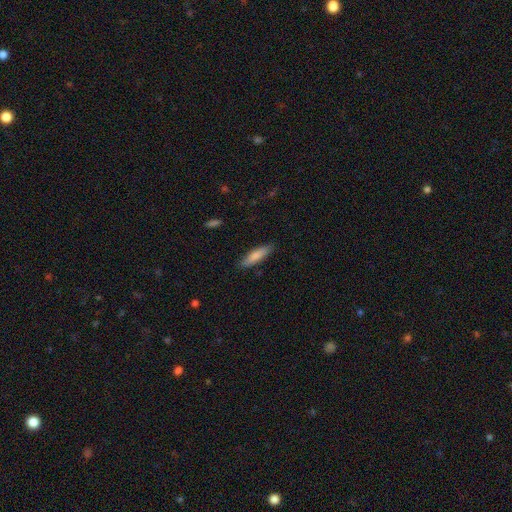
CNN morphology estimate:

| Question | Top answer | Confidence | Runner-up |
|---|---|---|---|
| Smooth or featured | smooth | 78% | featured or disk (16%) |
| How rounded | cigar-shaped | 69% | in between (29%) |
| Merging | none | 86% | minor disturbance (11%) |